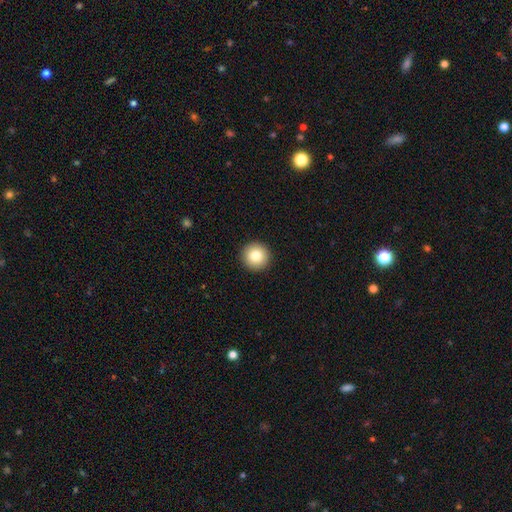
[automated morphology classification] The model was most divided on "smooth or featured": smooth: 81%, star or artifact: 9%, featured or disk: 9%. More confident: how rounded — round (96%); merging — none (93%).